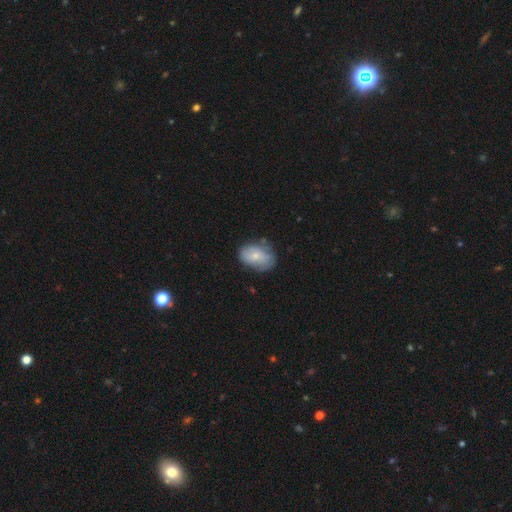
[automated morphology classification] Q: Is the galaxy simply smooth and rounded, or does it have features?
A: smooth — 69%.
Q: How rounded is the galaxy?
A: in between — 80%.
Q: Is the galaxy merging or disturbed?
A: none — 62%.